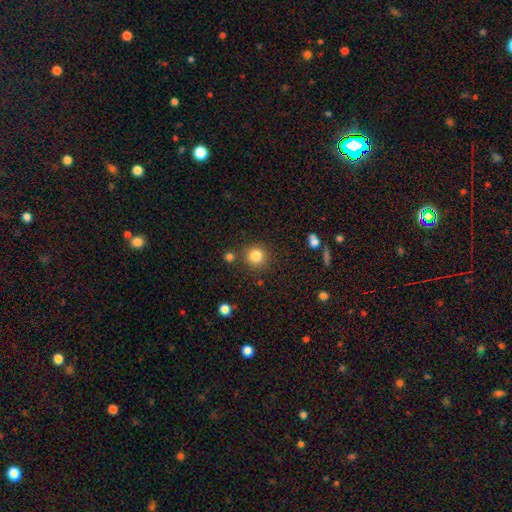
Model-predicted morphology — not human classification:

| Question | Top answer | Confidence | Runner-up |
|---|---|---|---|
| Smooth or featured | smooth | 84% | star or artifact (11%) |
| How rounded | round | 93% | in between (6%) |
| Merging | none | 84% | minor disturbance (8%) |